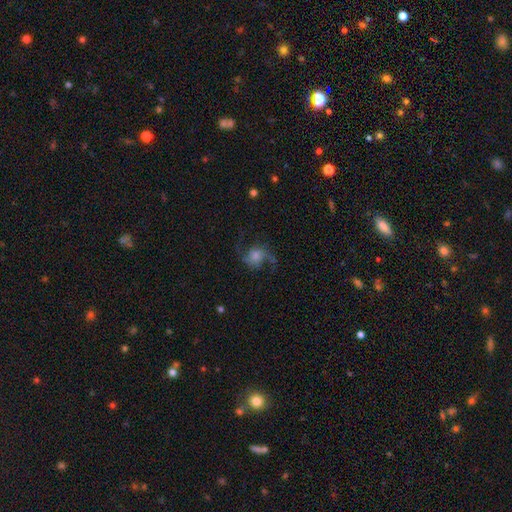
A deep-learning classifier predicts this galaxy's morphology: Overall: featured or disk (77%). Edge-on disk: no (97%). Bar: no (68%). Spiral arms: yes (95%). Spiral arm count: 2 (90%). Spiral winding: loose (64%; medium 31%). Bulge size: moderate (37%; small 31%). Merging: none (70%).